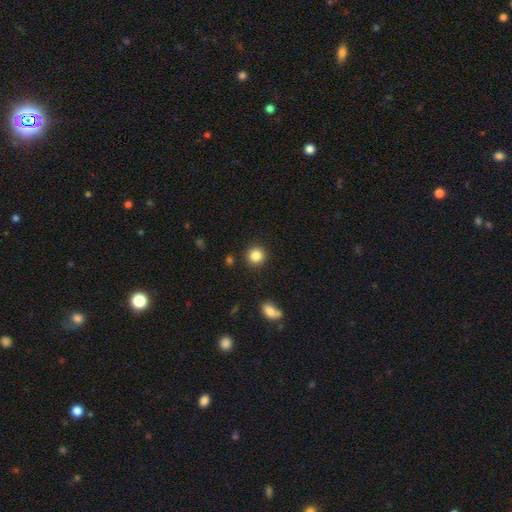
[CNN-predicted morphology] A smooth galaxy with no disk features (86%) that is round (91%). Merging: none (90%).